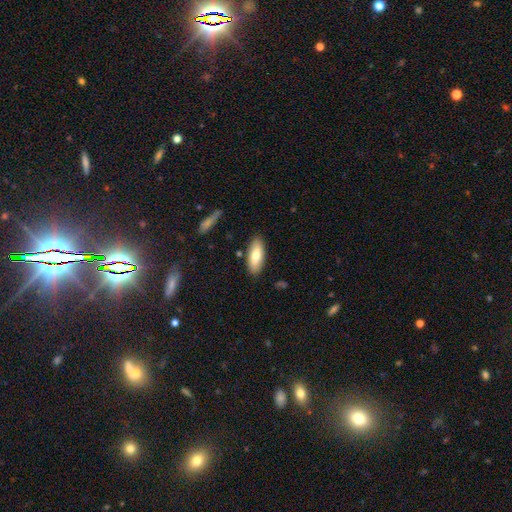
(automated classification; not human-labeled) Morphology: type=smooth (76%); roundness=in between (78%); merging=none (85%).